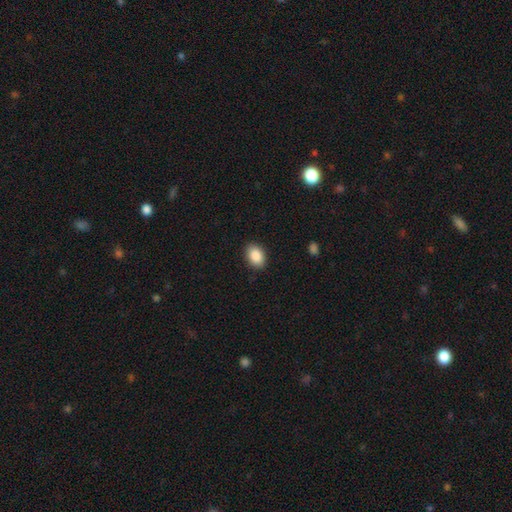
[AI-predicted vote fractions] Q: Smooth or featured?
A: smooth (88%); runner-up: star or artifact (7%)
Q: How rounded?
A: in between (85%); runner-up: round (14%)
Q: Merging?
A: none (88%); runner-up: minor disturbance (9%)